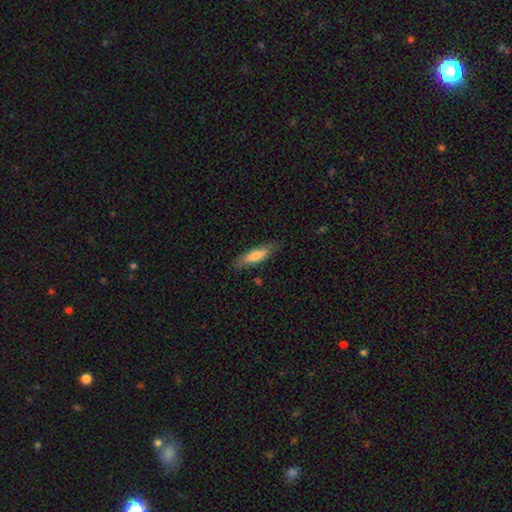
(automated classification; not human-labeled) smooth_or_featured: smooth (p=0.67) [alt: featured or disk p=0.27]
how_rounded: cigar-shaped (p=0.57) [alt: in between p=0.41]
merging: none (p=0.81) [alt: minor disturbance p=0.14]